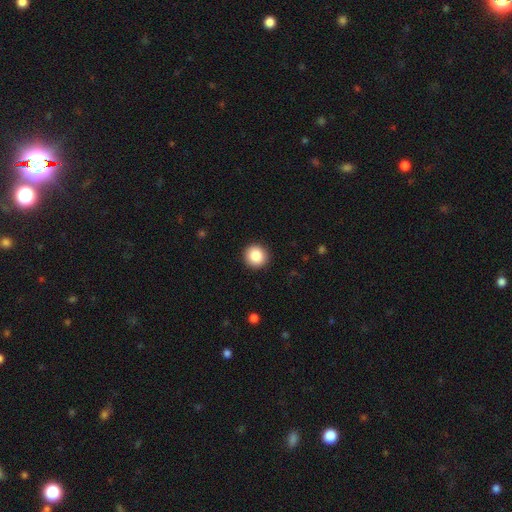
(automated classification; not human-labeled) smooth-or-featured: smooth: 86% | star or artifact: 9% | featured or disk: 5%
  how-rounded: round: 93% | in between: 6% | cigar-shaped: 1%
  merging: none: 92% | minor disturbance: 5% | major disturbance: 2% | merger: 1%